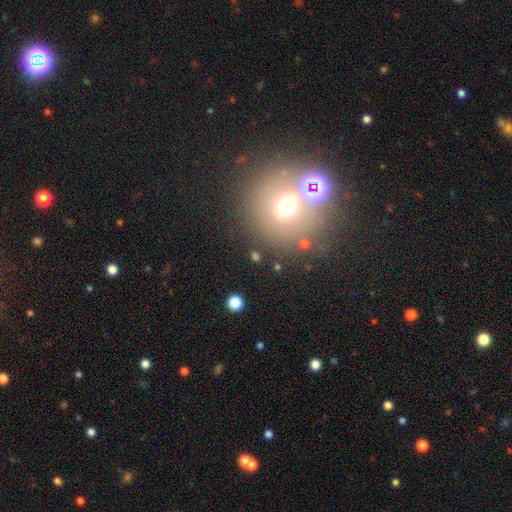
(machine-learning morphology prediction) type=smooth (46%); merging=none (77%).